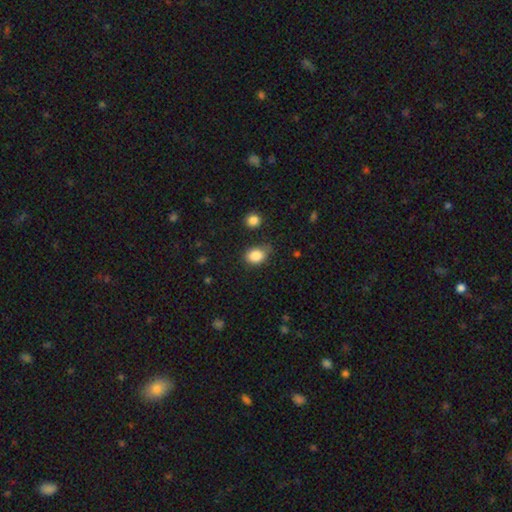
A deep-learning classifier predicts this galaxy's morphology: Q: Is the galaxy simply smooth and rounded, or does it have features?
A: smooth — 85%.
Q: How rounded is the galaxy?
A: in between — 55%.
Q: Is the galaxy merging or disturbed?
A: none — 69%.